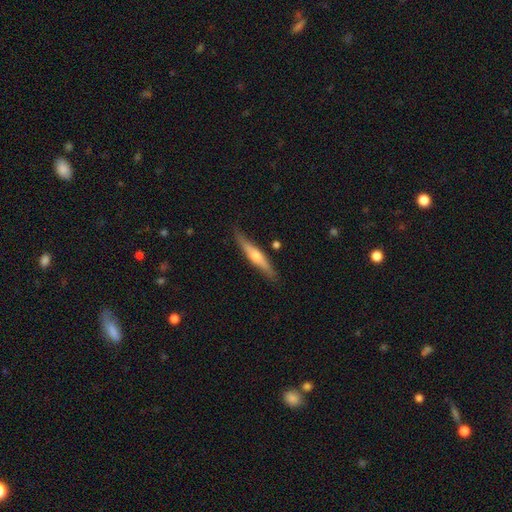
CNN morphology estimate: A featured or disk galaxy (58%) viewed edge-on (93%) with a rounded central bulge (86%). Merging: none (81%).